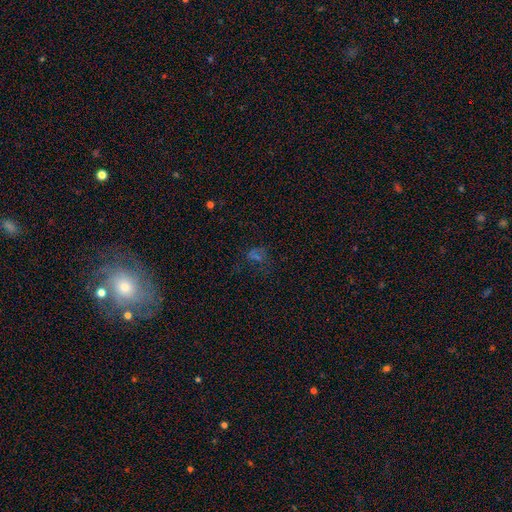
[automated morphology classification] smooth-or-featured: star or artifact: 46% | smooth: 32% | featured or disk: 22%